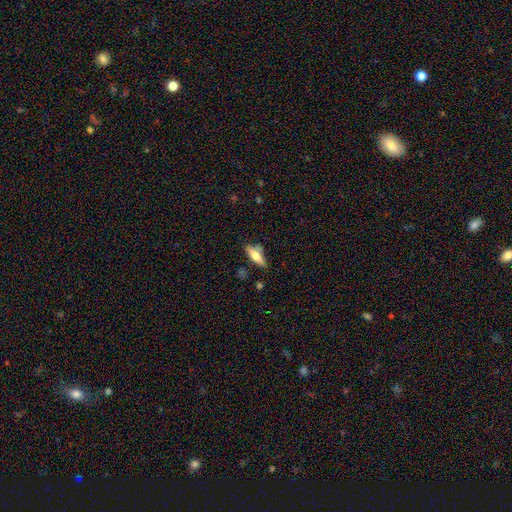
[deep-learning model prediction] This appears to be a smooth galaxy with no disk features (57%) that is in between round and cigar-shaped (52%). Merging: none (70%).